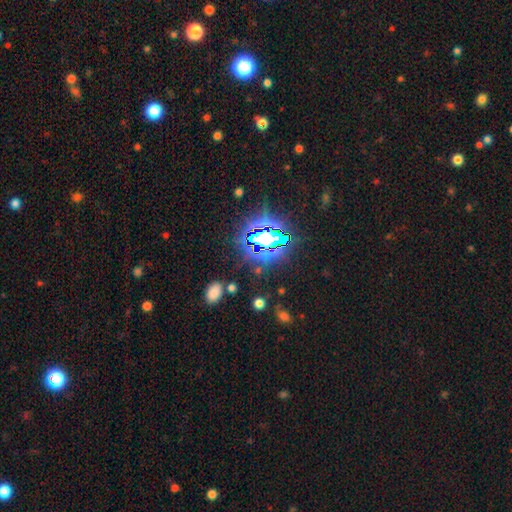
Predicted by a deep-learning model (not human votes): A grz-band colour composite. It shows a star or artifact, not a galaxy (82%).